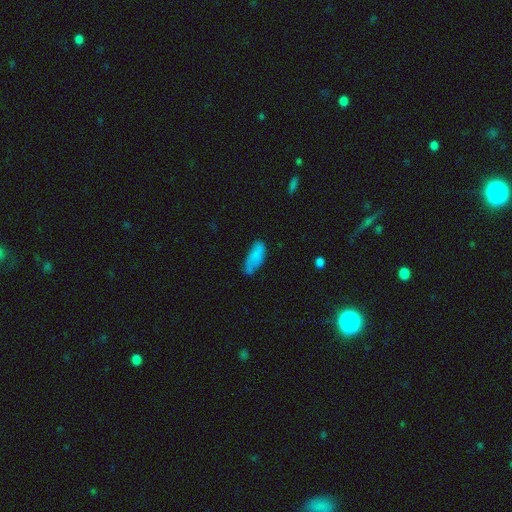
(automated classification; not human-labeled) A smooth galaxy with no disk features (81%) that is in between round and cigar-shaped (77%). Merging: none (59%).